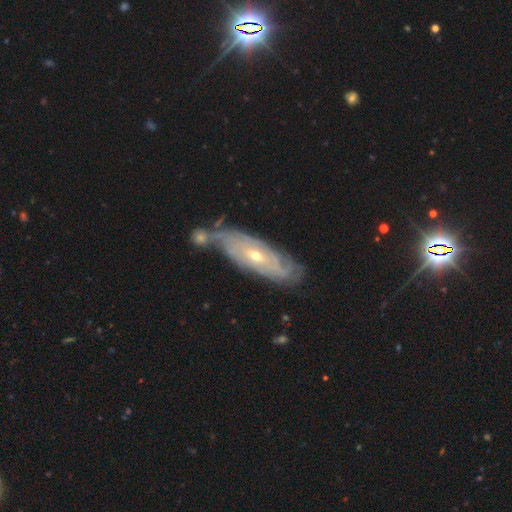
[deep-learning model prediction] Morphology: type=featured or disk (80%); edge-on=no (85%); bar=no (69%); spiral arms=yes (88%); winding=tight (76%); arm count=can't tell (61%); bulge=small (55%); merging=none (54%).